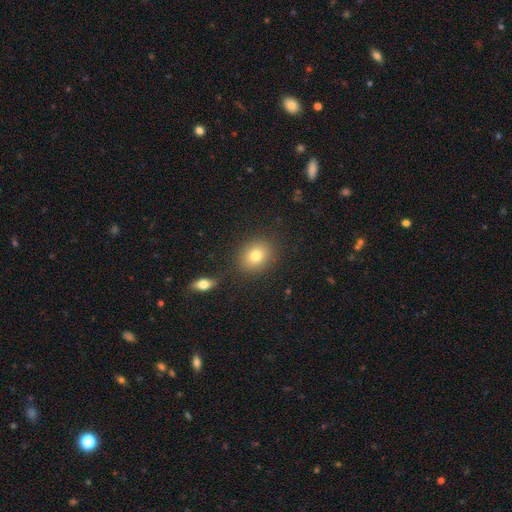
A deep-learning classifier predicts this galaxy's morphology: Smooth or featured?
  - smooth: 80% *
  - star or artifact: 10%
  - featured or disk: 10%
How rounded?
  - round: 61% *
  - in between: 38%
  - cigar-shaped: 1%
Merging?
  - none: 85% *
  - minor disturbance: 8%
  - merger: 4%
  - major disturbance: 3%